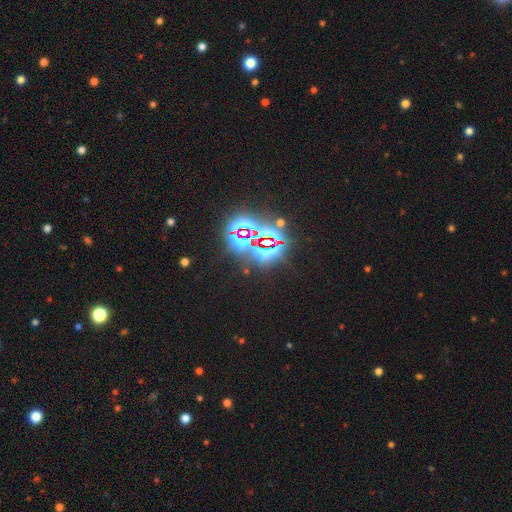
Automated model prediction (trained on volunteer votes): star or artifact 76%, smooth 14%, featured or disk 10%.